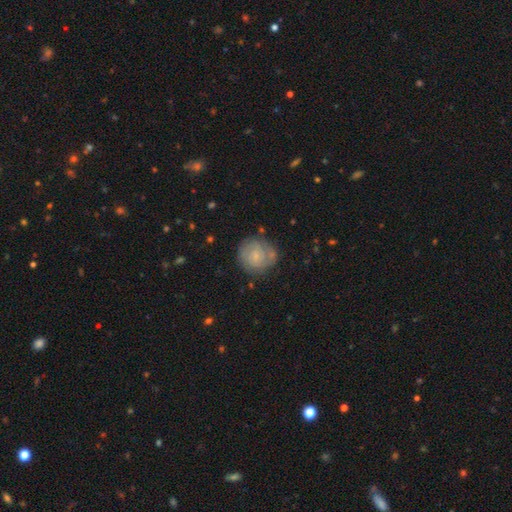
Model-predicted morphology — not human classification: Overall: featured or disk (48%; smooth 44%). Merging: none (69%).